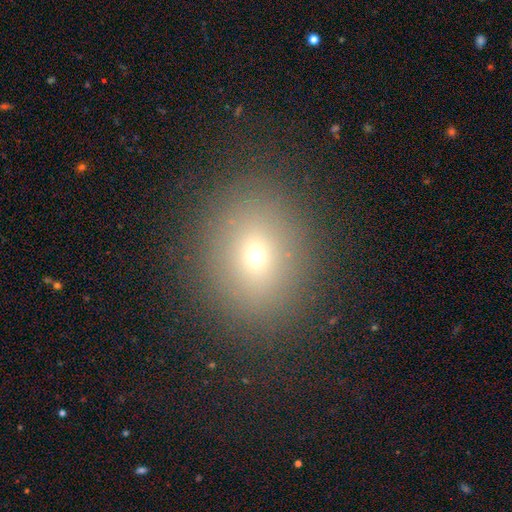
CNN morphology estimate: The model was most divided on "how rounded": round: 63%, in between: 36%, cigar-shaped: 1%. More confident: merging — none (85%); smooth or featured — smooth (64%).